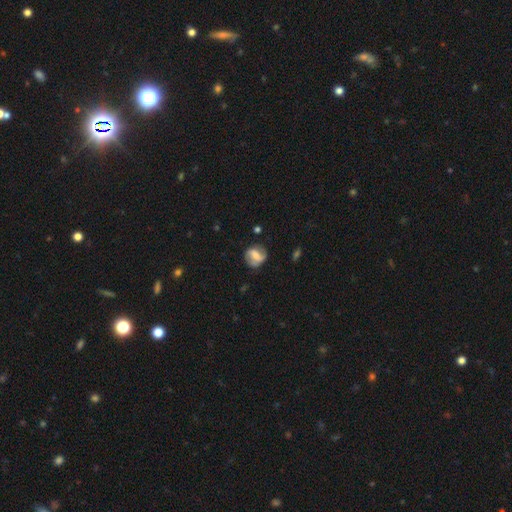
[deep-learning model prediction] smooth_or_featured: featured or disk (p=0.52) [alt: smooth p=0.41]
disk_edge_on: no (p=0.96) [alt: yes p=0.04]
merging: none (p=0.68) [alt: minor disturbance p=0.21]